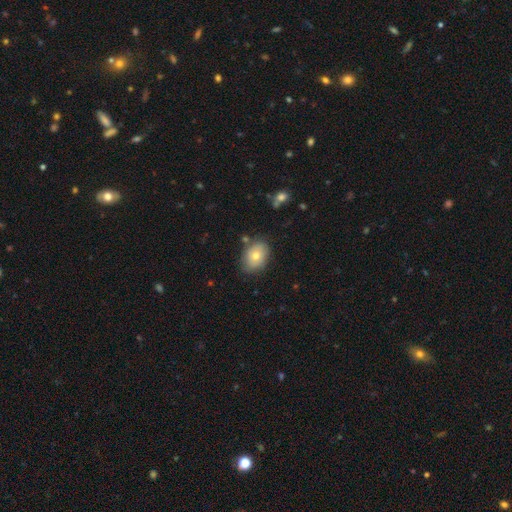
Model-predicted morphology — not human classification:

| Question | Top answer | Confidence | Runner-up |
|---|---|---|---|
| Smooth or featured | smooth | 71% | featured or disk (21%) |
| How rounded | in between | 67% | round (32%) |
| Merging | none | 76% | minor disturbance (17%) |